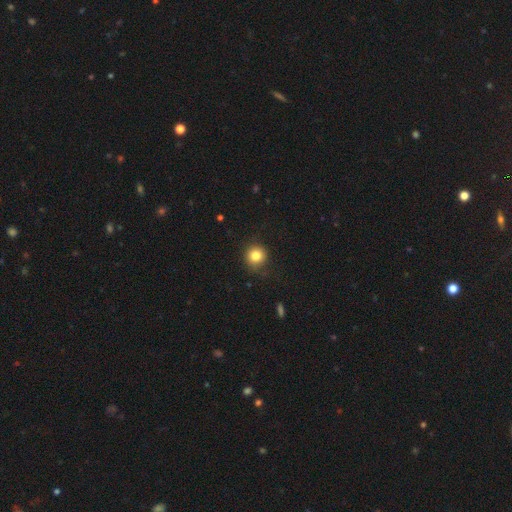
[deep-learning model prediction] Smooth or featured?
  - smooth: 81% *
  - star or artifact: 11%
  - featured or disk: 7%
How rounded?
  - round: 92% *
  - in between: 7%
  - cigar-shaped: 1%
Merging?
  - none: 80% *
  - minor disturbance: 14%
  - major disturbance: 5%
  - merger: 1%